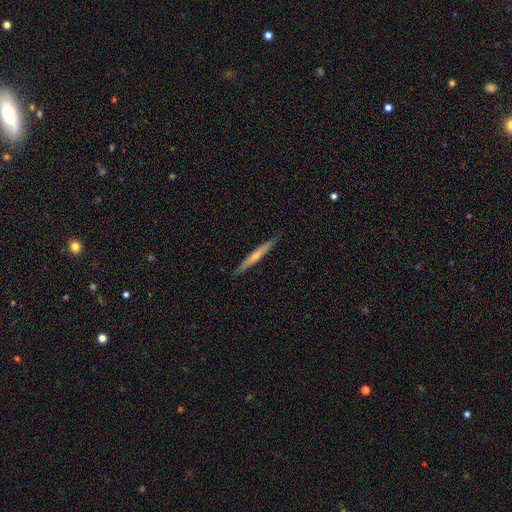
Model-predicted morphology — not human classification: This appears to be a smooth galaxy with no disk features (49%). Merging: none (89%).